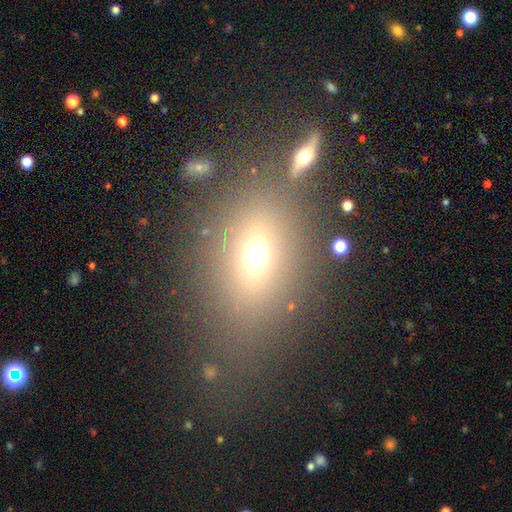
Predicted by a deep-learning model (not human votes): Smooth or featured? Predicted: smooth (p=0.64). How rounded? Predicted: in between (p=0.66). Merging? Predicted: none (p=0.69).